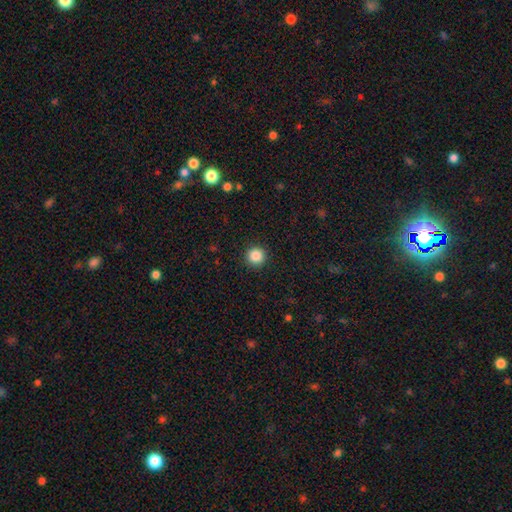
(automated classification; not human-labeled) Smooth or featured? smooth (86%)
How rounded? round (95%)
Merging? none (93%)